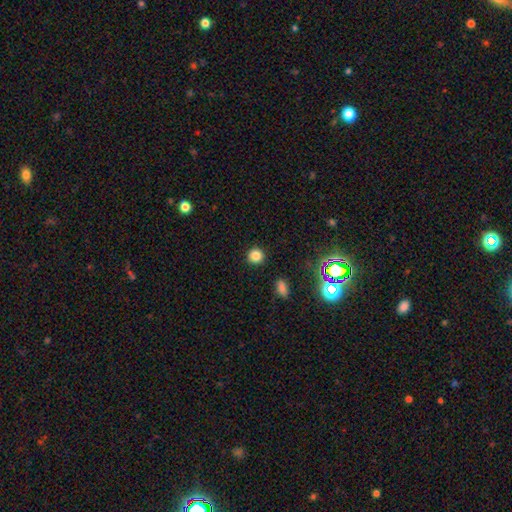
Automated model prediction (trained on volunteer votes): Morphology: type=smooth (82%); roundness=round (92%); merging=none (91%).